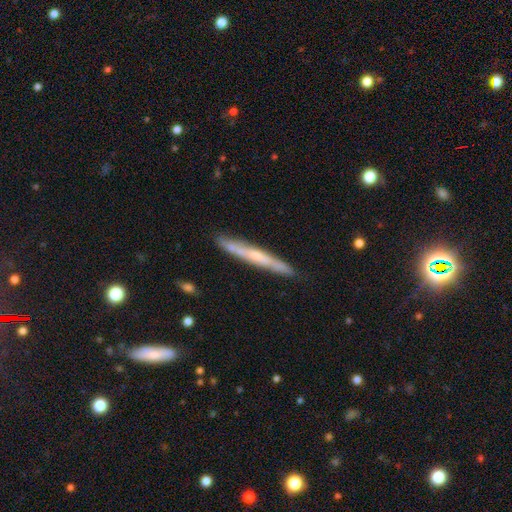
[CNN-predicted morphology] smooth_or_featured: featured or disk (p=0.54) [alt: smooth p=0.40]
disk_edge_on: yes (p=0.90) [alt: no p=0.10]
merging: none (p=0.85) [alt: minor disturbance p=0.11]